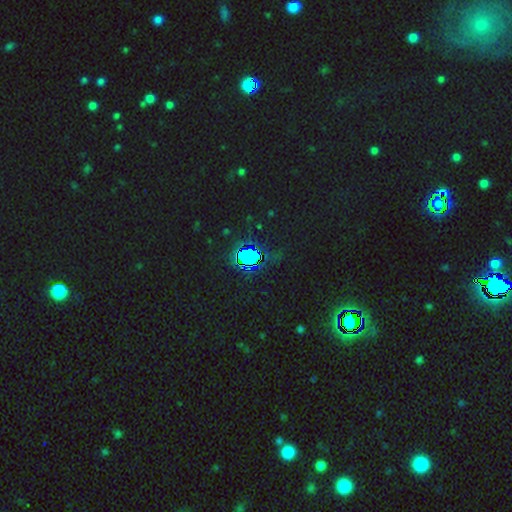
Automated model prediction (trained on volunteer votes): The model was most divided on "smooth or featured": star or artifact: 79%, smooth: 13%, featured or disk: 8%.